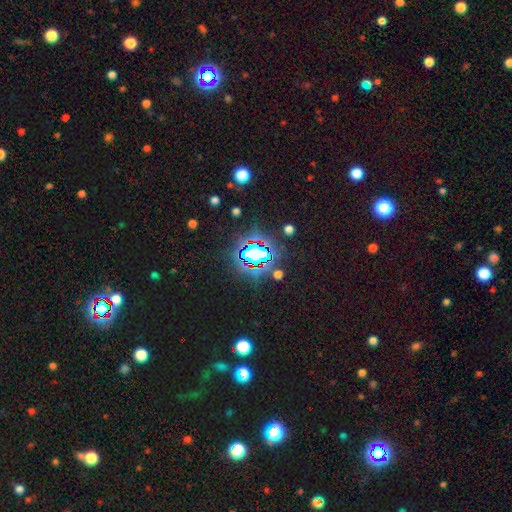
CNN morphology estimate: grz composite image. It shows a star or artifact, not a galaxy (67%).